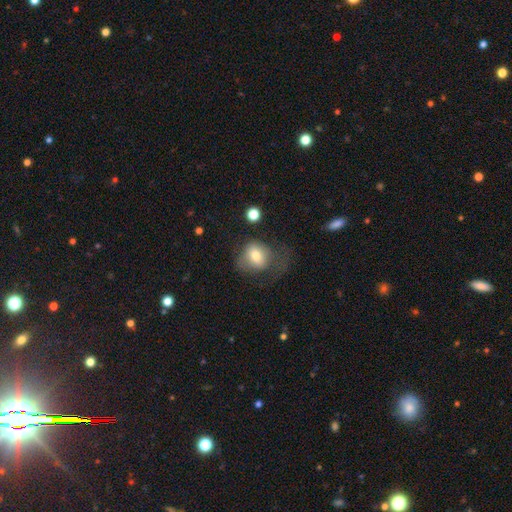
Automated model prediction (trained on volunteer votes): This is likely a smooth galaxy (73%). How rounded: possibly round (55%). Merging: marginally major disturbance (39%).